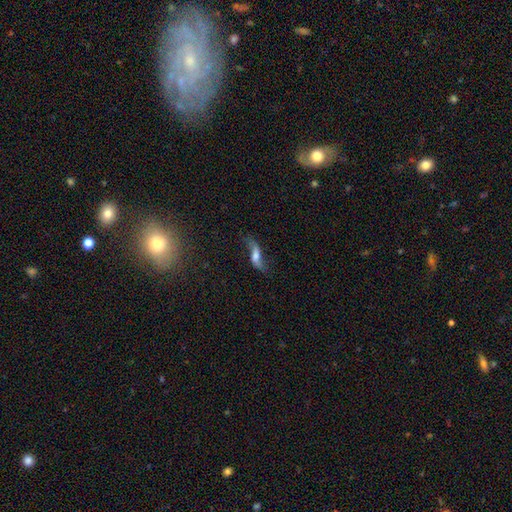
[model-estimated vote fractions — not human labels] Smooth or featured: featured or disk — 64% (smooth — 26%)
Edge-on disk: no — 79% (yes — 21%)
Bar: no — 42% (weak — 37%)
Spiral arms: yes — 85% (no — 15%)
Bulge size: moderate — 43% (small — 25%)
Merging: none — 61% (minor disturbance — 20%)